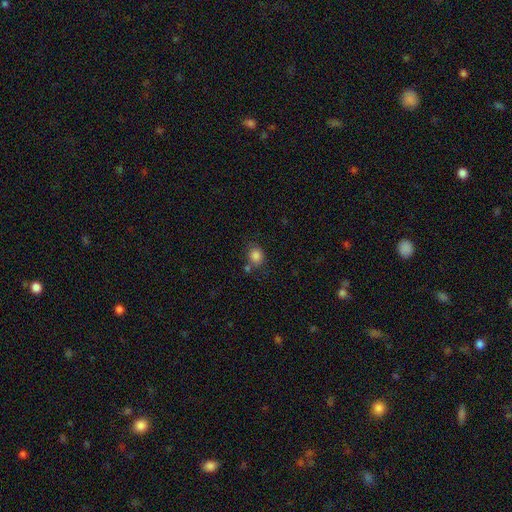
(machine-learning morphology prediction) smooth 84%, star or artifact 10%, featured or disk 5%. Down the decision tree: how rounded — round (65%); merging — none (65%).